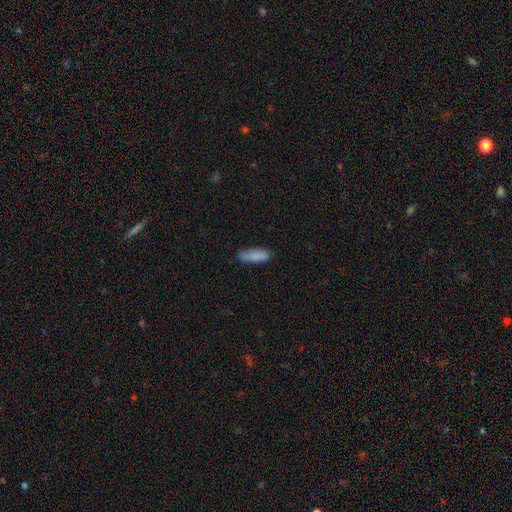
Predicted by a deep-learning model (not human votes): The model was most divided on "how rounded": in between: 53%, cigar-shaped: 45%, round: 2%. More confident: smooth or featured — smooth (85%); merging — none (73%).